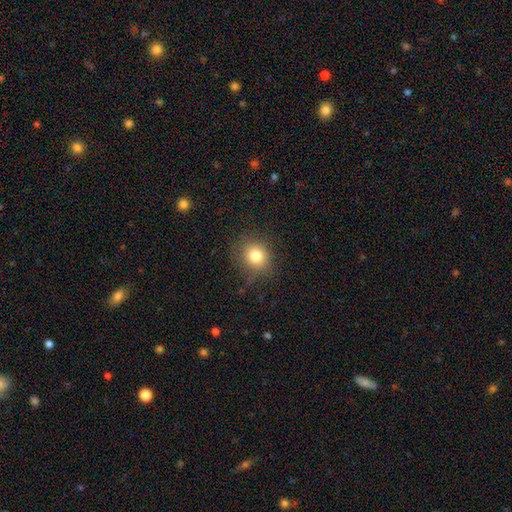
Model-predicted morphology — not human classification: A smooth galaxy with no disk features (79%) that is round (84%).

Vote fractions:
- Smooth or featured? smooth: 79% / star or artifact: 13% / featured or disk: 8%
- How rounded? round: 84% / in between: 16% / cigar-shaped: 1%
- Merging? none: 81% / minor disturbance: 13% / major disturbance: 5% / merger: 1%